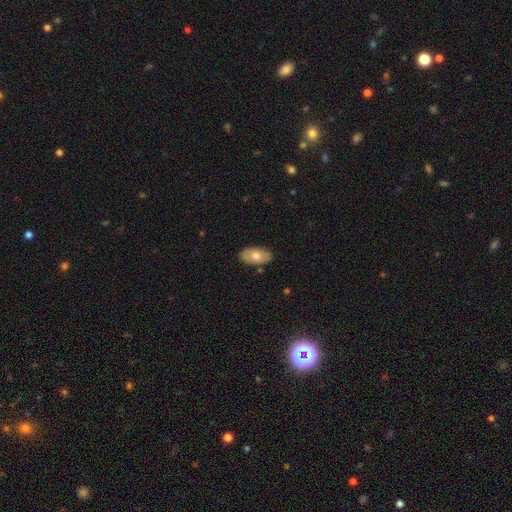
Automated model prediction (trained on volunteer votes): Overall: smooth (68%). How rounded: in between (94%). Merging: none (87%).